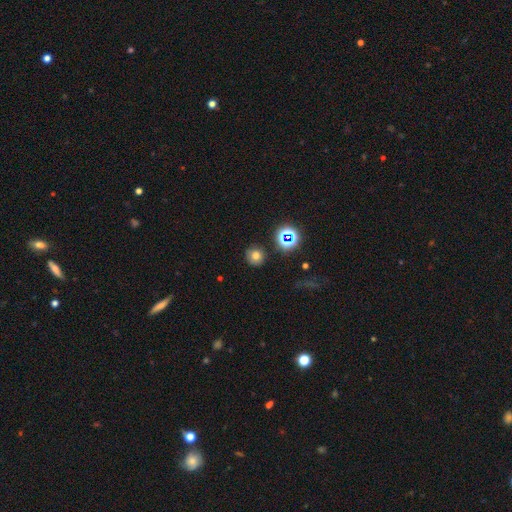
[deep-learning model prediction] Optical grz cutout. It shows a smooth galaxy with no disk features (71%) that is round (89%). Merging: none (85%).